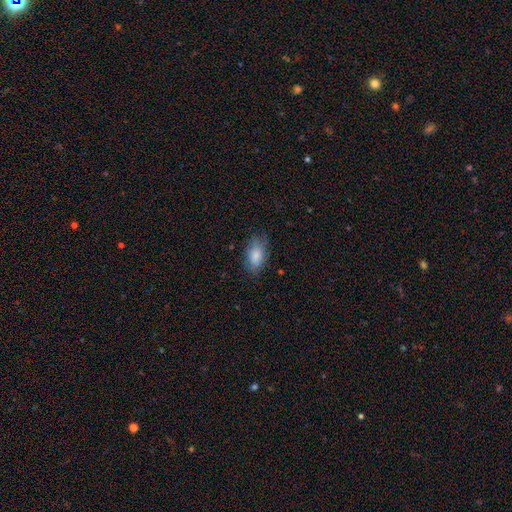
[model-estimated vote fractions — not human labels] Morphology: type=smooth (84%); roundness=in between (91%); merging=none (75%).